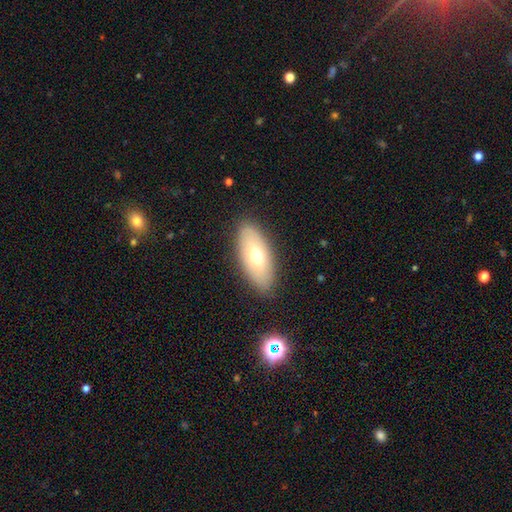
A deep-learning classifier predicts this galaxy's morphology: Smooth or featured? Predicted: smooth (p=0.65). How rounded? Predicted: in between (p=0.86). Merging? Predicted: none (p=0.85).